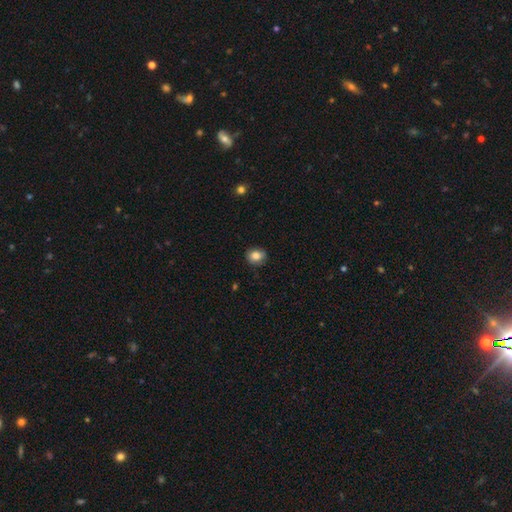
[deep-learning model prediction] This appears to be a smooth galaxy with no disk features (85%) that is round (62%). Merging: none (86%).